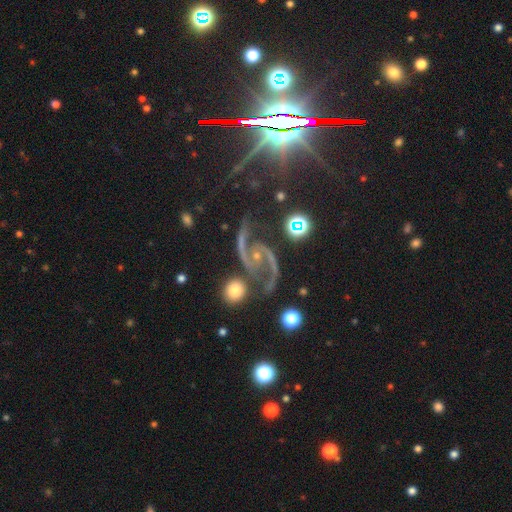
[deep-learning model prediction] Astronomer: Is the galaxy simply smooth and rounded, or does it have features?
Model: featured or disk — 86%.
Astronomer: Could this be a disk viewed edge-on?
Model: no — 97%.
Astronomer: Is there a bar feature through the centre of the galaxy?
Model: no — 51% (runner-up: weak, 34%).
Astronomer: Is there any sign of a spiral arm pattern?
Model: yes — 97%.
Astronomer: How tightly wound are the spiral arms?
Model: medium — 47% (runner-up: loose, 43%).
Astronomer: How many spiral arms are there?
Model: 2 — 94%.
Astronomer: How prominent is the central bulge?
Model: small — 67%.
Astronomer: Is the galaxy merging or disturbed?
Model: none — 68%.